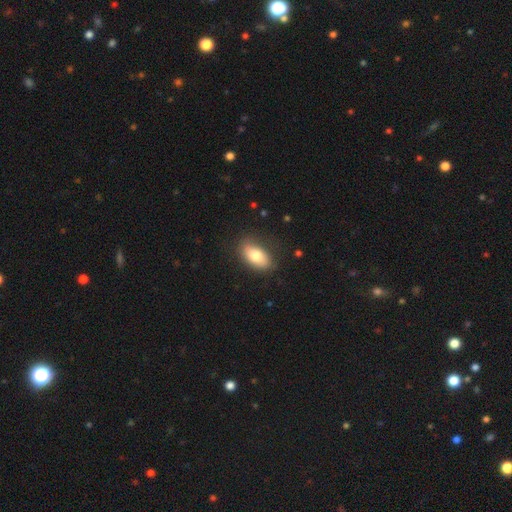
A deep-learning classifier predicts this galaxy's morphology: This appears to be a smooth galaxy with no disk features (78%) that is in between round and cigar-shaped (91%). Merging: none (80%).